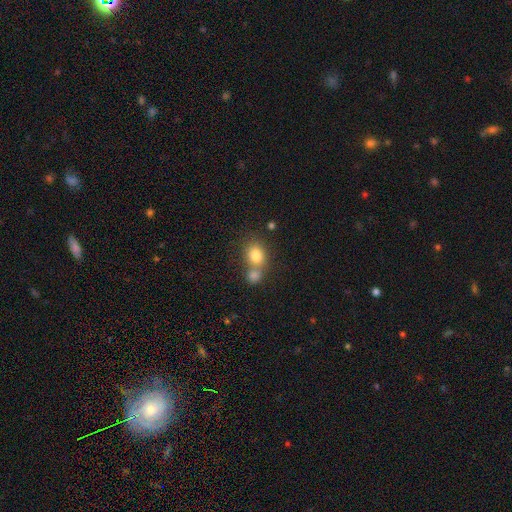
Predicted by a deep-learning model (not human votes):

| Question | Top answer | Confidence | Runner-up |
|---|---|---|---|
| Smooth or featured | smooth | 81% | star or artifact (10%) |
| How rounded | round | 62% | in between (37%) |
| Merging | merger | 46% | none (41%) |